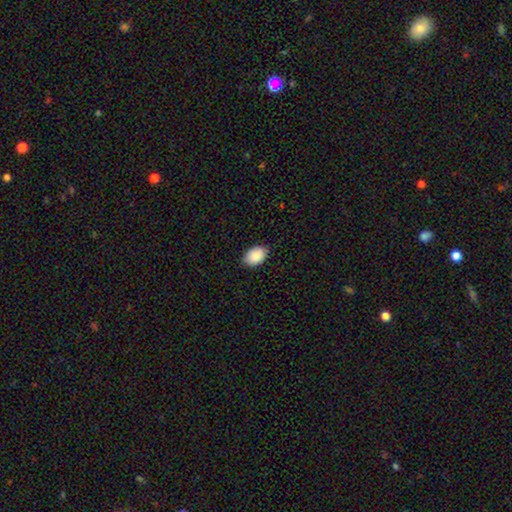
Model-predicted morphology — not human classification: smooth-or-featured: smooth: 89% | star or artifact: 6% | featured or disk: 5%
  how-rounded: in between: 88% | round: 11% | cigar-shaped: 1%
  merging: none: 86% | minor disturbance: 11% | major disturbance: 2% | merger: 1%